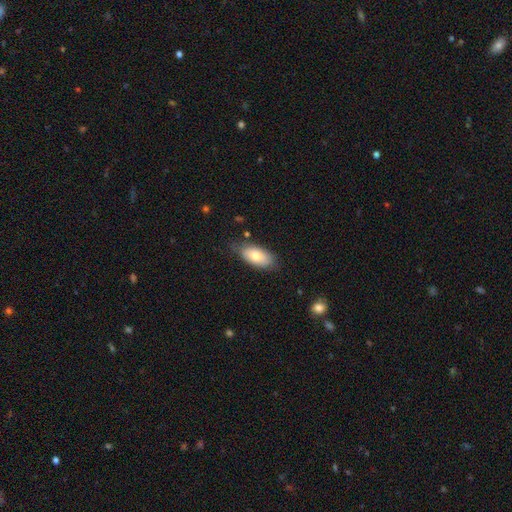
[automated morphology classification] A smooth galaxy with no disk features (74%) that is in between round and cigar-shaped (92%).

Vote fractions:
- Smooth or featured? smooth: 74% / featured or disk: 19% / star or artifact: 6%
- How rounded? in between: 92% / cigar-shaped: 5% / round: 3%
- Merging? none: 73% / minor disturbance: 21% / major disturbance: 4% / merger: 2%